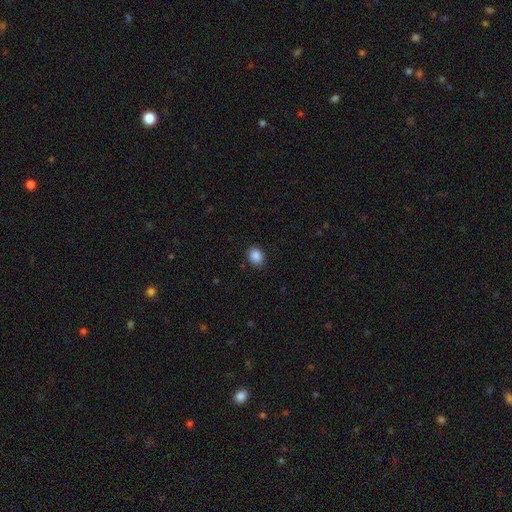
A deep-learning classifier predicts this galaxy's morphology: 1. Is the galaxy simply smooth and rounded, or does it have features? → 88% smooth, 9% star or artifact, 3% featured or disk.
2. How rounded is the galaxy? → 51% in between, 48% round, 1% cigar-shaped.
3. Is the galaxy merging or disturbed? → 89% none, 8% minor disturbance, 2% major disturbance, 1% merger.